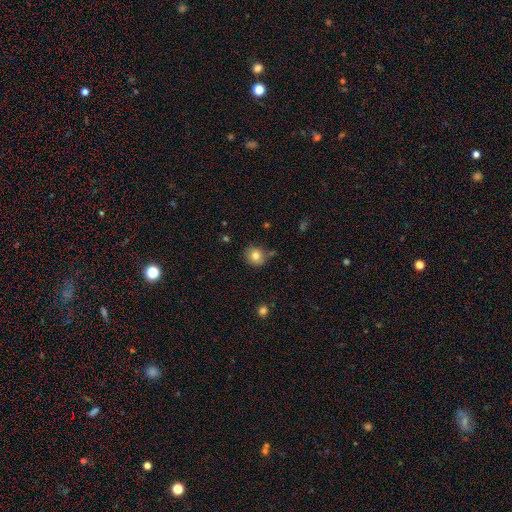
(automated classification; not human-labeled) smooth_or_featured: smooth (p=0.79) [alt: star or artifact p=0.11]
how_rounded: round (p=0.86) [alt: in between p=0.13]
merging: none (p=0.77) [alt: minor disturbance p=0.14]